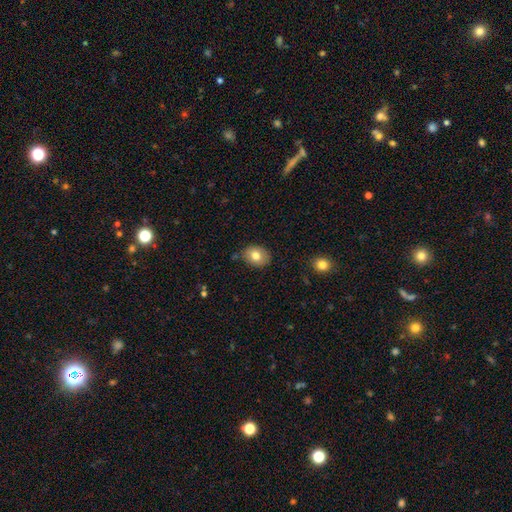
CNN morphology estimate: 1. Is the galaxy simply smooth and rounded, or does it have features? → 77% smooth, 15% featured or disk, 8% star or artifact.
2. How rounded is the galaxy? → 67% in between, 32% round, 1% cigar-shaped.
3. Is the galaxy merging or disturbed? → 82% none, 13% minor disturbance, 3% major disturbance, 2% merger.